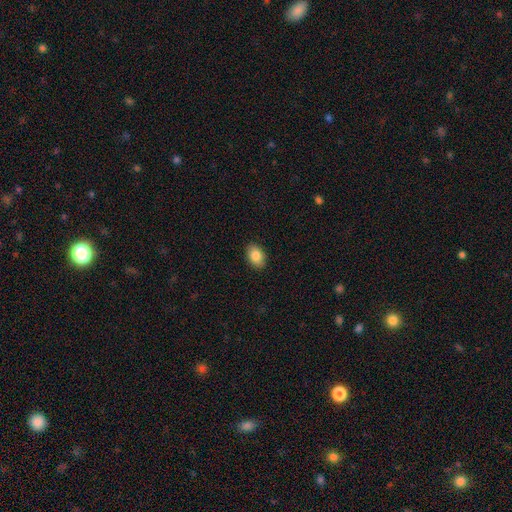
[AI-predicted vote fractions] Morphology: type=smooth (87%); roundness=in between (88%); merging=none (90%).